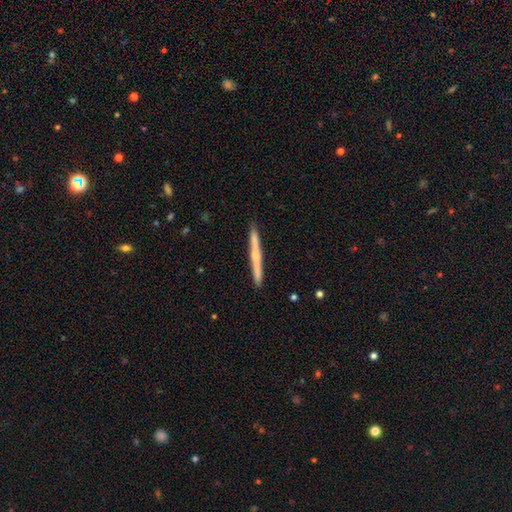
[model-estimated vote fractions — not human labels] A featured or disk galaxy (60%) viewed edge-on (98%) with a rounded central bulge (58%).

Vote fractions:
- Smooth or featured? featured or disk: 60% / smooth: 34% / star or artifact: 6%
- Edge-on disk? yes: 98% / no: 2%
- Edge-on bulge? rounded: 58% / none: 37% / boxy: 5%
- Merging? none: 91% / minor disturbance: 6% / major disturbance: 1% / merger: 1%